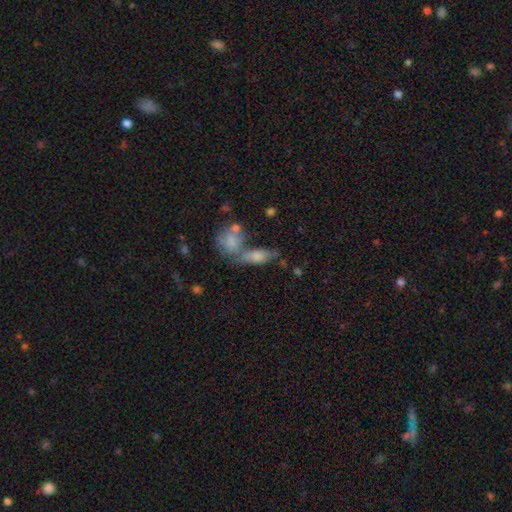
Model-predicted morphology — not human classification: Smooth or featured? smooth (57%)
How rounded? in between (60%)
Merging? none (44%)